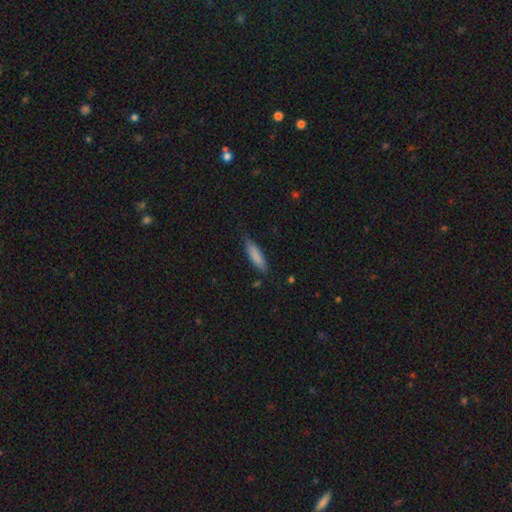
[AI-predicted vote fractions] smooth_or_featured: smooth (p=0.84) [alt: featured or disk p=0.10]
how_rounded: cigar-shaped (p=0.69) [alt: in between p=0.30]
merging: none (p=0.80) [alt: minor disturbance p=0.16]